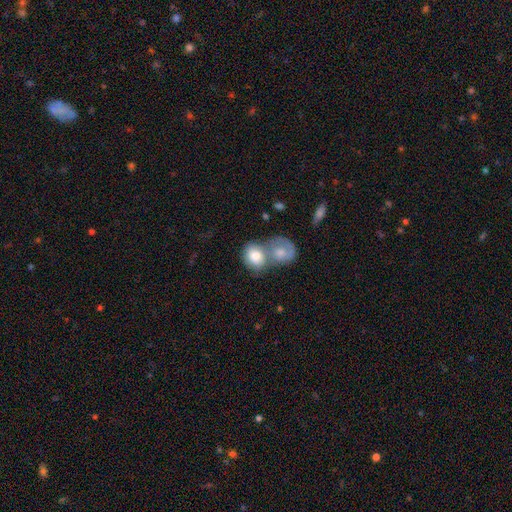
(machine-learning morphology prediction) Smooth or featured? Predicted: smooth (p=0.73). How rounded? Predicted: round (p=0.56). Merging? Predicted: merger (p=0.68).